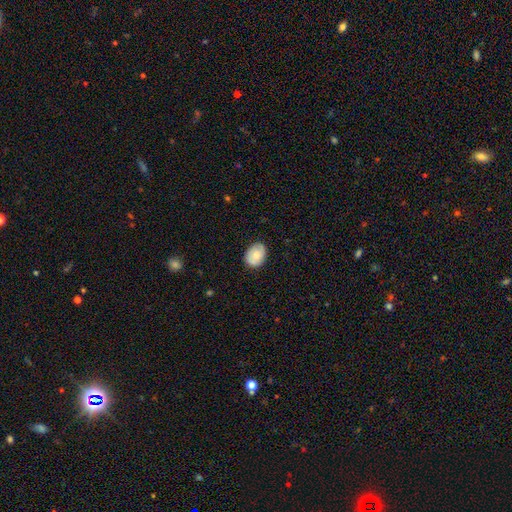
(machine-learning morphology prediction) Q: Smooth or featured?
A: smooth (76%); runner-up: featured or disk (17%)
Q: How rounded?
A: in between (70%); runner-up: round (29%)
Q: Merging?
A: none (81%); runner-up: minor disturbance (15%)